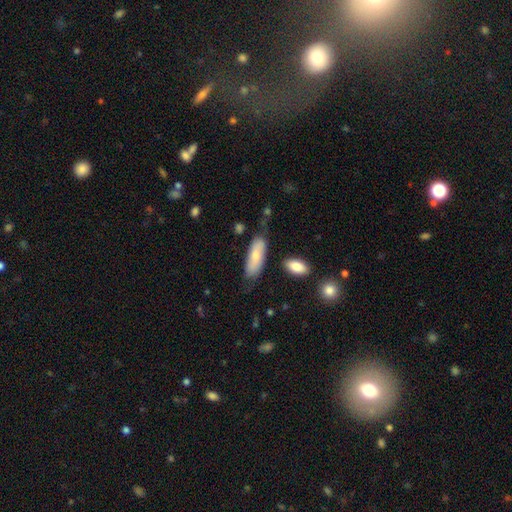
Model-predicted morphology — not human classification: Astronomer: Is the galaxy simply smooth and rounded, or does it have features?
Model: smooth — 74%.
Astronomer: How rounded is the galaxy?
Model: in between — 71%.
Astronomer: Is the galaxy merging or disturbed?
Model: none — 64%.